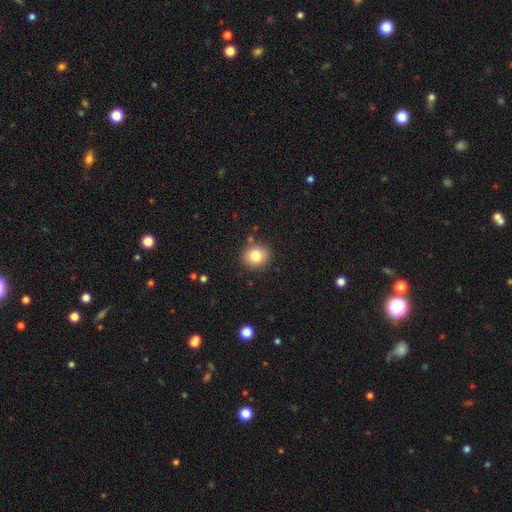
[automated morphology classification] This appears to be a smooth galaxy with no disk features (81%) that is round (76%). Merging: none (86%).